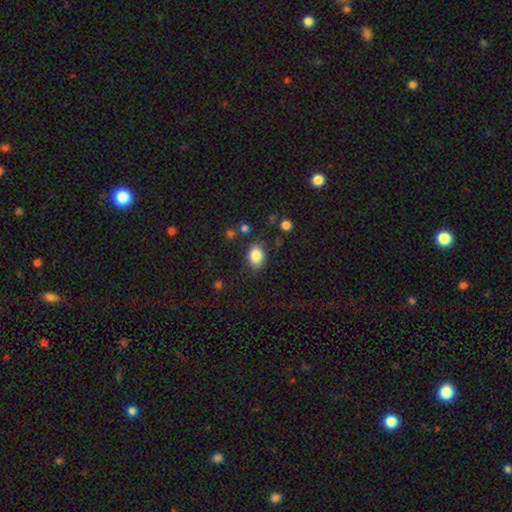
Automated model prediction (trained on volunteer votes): Q: Smooth or featured?
A: smooth (85%); runner-up: star or artifact (9%)
Q: How rounded?
A: in between (73%); runner-up: round (26%)
Q: Merging?
A: none (79%); runner-up: minor disturbance (14%)